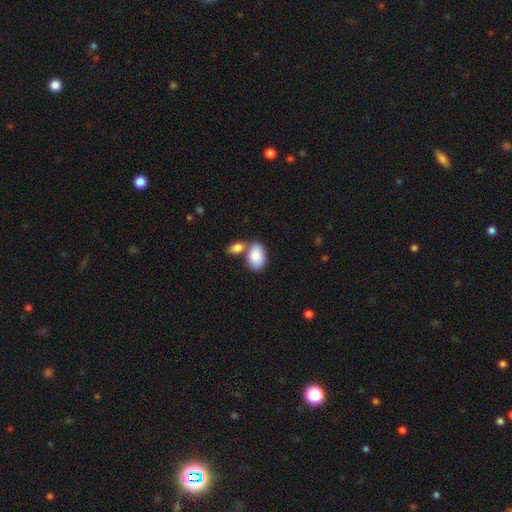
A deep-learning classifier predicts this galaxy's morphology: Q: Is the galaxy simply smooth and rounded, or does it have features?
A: smooth — 85%.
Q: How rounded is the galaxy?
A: in between — 91%.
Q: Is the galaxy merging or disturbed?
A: none — 45%.